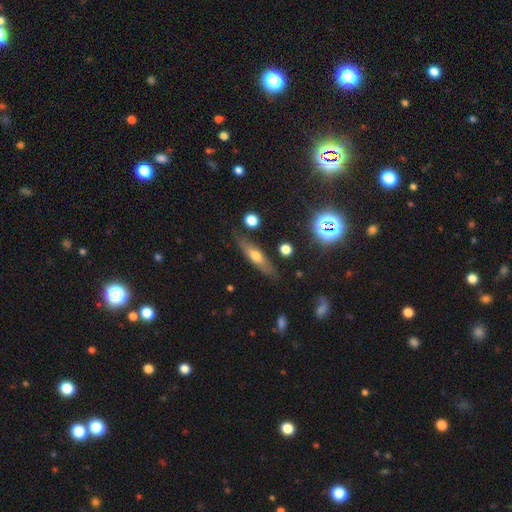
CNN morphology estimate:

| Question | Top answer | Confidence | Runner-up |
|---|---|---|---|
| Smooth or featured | featured or disk | 46% | smooth (45%) |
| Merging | none | 80% | minor disturbance (14%) |